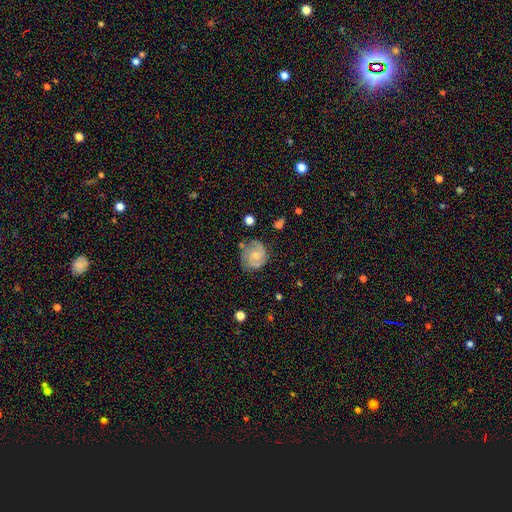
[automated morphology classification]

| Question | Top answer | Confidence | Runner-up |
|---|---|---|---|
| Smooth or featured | featured or disk | 72% | smooth (21%) |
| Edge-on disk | no | 98% | yes (2%) |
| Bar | no | 56% | weak (38%) |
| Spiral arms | yes | 93% | no (7%) |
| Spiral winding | tight | 45% | medium (43%) |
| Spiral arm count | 2 | 57% | 3 (18%) |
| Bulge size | small | 49% | moderate (35%) |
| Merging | none | 70% | minor disturbance (20%) |